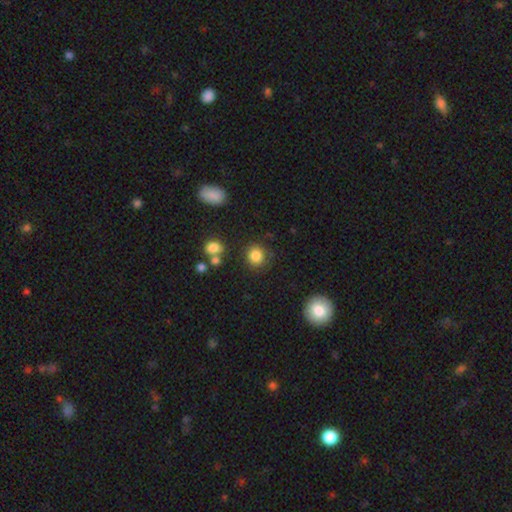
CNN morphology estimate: This is clearly a smooth galaxy (84%). How rounded: clearly round (85%). Merging: likely none (80%).